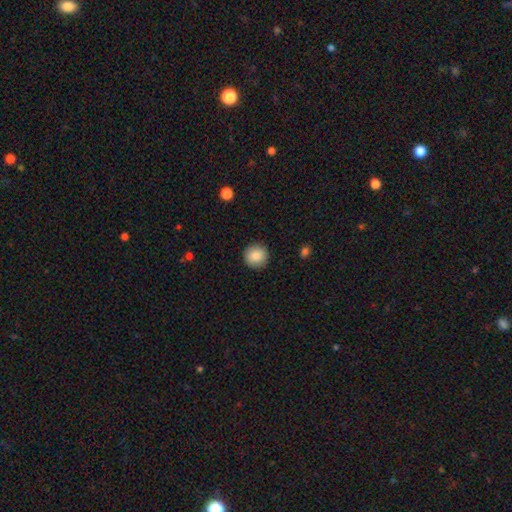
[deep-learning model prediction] A smooth galaxy with no disk features (86%) that is round (95%).

Vote fractions:
- Smooth or featured? smooth: 86% / star or artifact: 8% / featured or disk: 6%
- How rounded? round: 95% / in between: 4% / cigar-shaped: 1%
- Merging? none: 91% / minor disturbance: 6% / major disturbance: 2% / merger: 1%